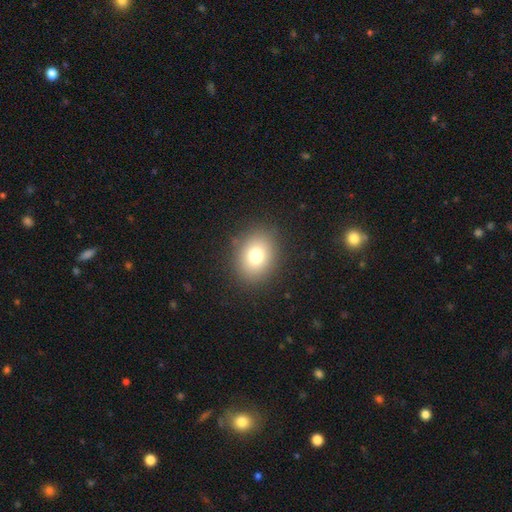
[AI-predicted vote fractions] smooth 78%, star or artifact 12%, featured or disk 10%. Down the decision tree: how rounded — round (51%); merging — none (87%).